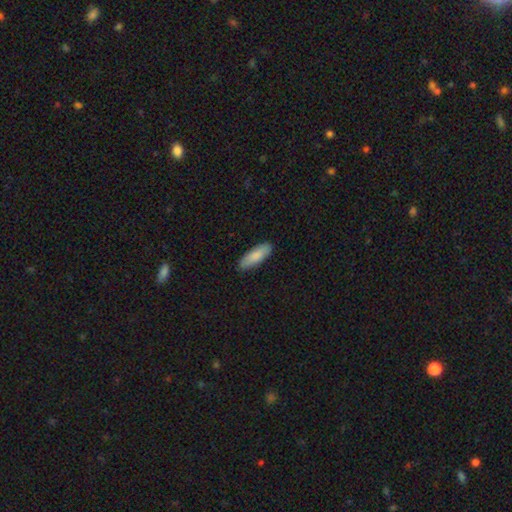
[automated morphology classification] This is clearly a smooth galaxy (85%). How rounded: possibly in between (59%). Merging: clearly none (88%).